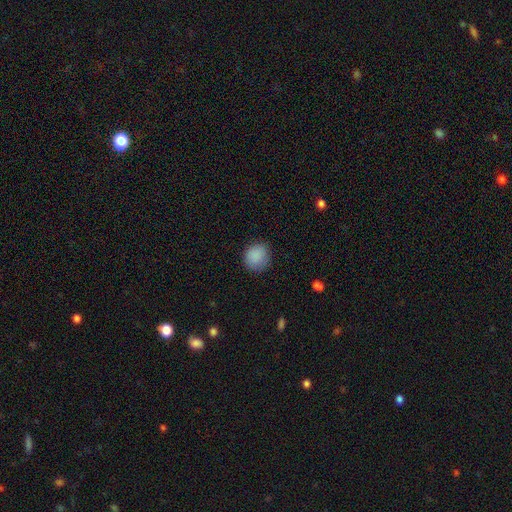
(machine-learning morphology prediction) A smooth galaxy with no disk features (88%) that is round (83%).

Vote fractions:
- Smooth or featured? smooth: 88% / star or artifact: 8% / featured or disk: 3%
- How rounded? round: 83% / in between: 16% / cigar-shaped: 1%
- Merging? none: 82% / minor disturbance: 13% / major disturbance: 3% / merger: 1%